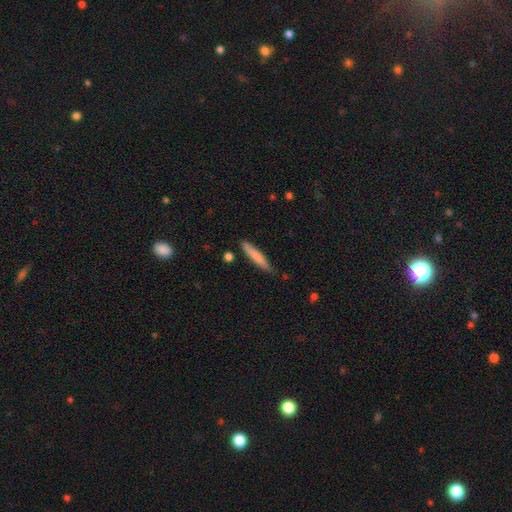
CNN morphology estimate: Q: Smooth or featured?
A: smooth (78%); runner-up: featured or disk (17%)
Q: How rounded?
A: cigar-shaped (91%); runner-up: in between (8%)
Q: Merging?
A: none (78%); runner-up: minor disturbance (17%)